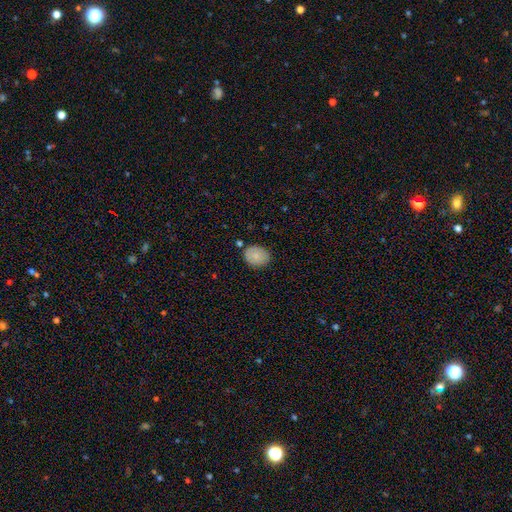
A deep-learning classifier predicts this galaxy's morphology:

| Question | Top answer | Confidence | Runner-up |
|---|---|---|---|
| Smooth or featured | smooth | 83% | featured or disk (9%) |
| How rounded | in between | 59% | round (40%) |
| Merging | none | 78% | minor disturbance (16%) |